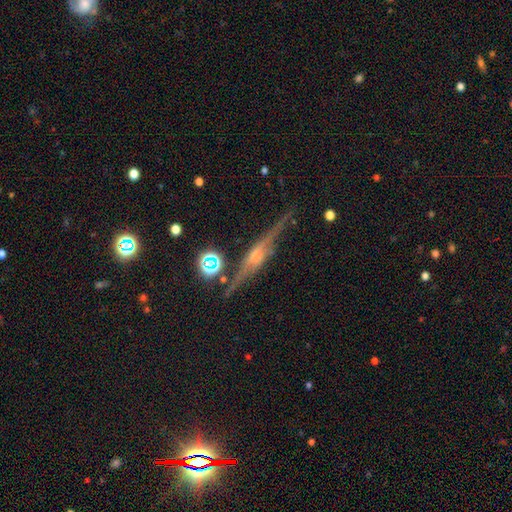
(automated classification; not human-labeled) A featured or disk galaxy (81%) viewed edge-on (95%) with a rounded central bulge (66%).

Vote fractions:
- Smooth or featured? featured or disk: 81% / smooth: 10% / star or artifact: 9%
- Edge-on disk? yes: 95% / no: 5%
- Edge-on bulge? rounded: 66% / boxy: 25% / none: 10%
- Merging? none: 79% / minor disturbance: 15% / major disturbance: 4% / merger: 2%